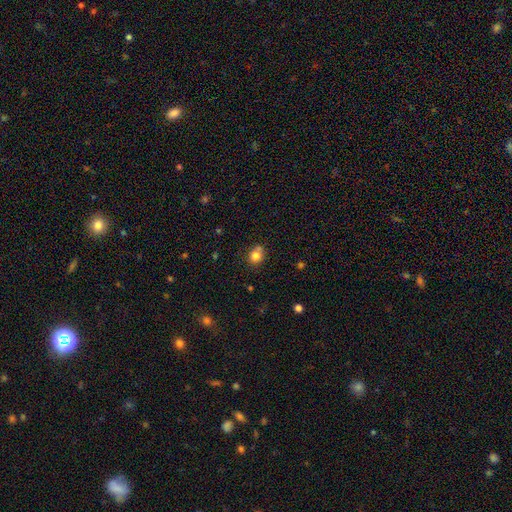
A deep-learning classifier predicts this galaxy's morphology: Smooth or featured: smooth — 81% (star or artifact — 12%)
How rounded: round — 72% (in between — 27%)
Merging: none — 67% (minor disturbance — 18%)